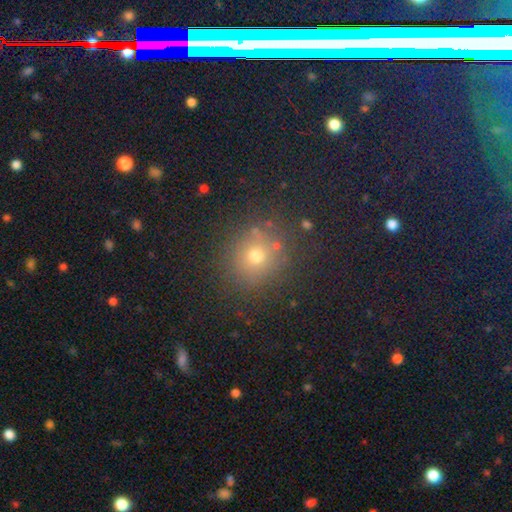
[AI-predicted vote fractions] This is likely a smooth galaxy (64%). How rounded: clearly round (87%). Merging: clearly none (84%).